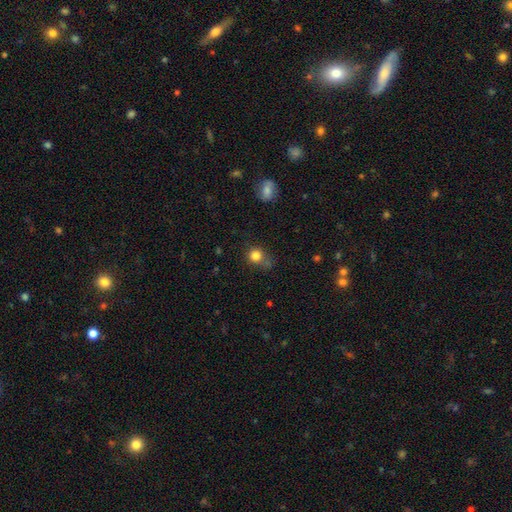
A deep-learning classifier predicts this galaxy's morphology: smooth-or-featured: smooth: 82% | star or artifact: 12% | featured or disk: 6%
  how-rounded: round: 84% | in between: 15% | cigar-shaped: 1%
  merging: none: 61% | minor disturbance: 22% | merger: 9% | major disturbance: 8%